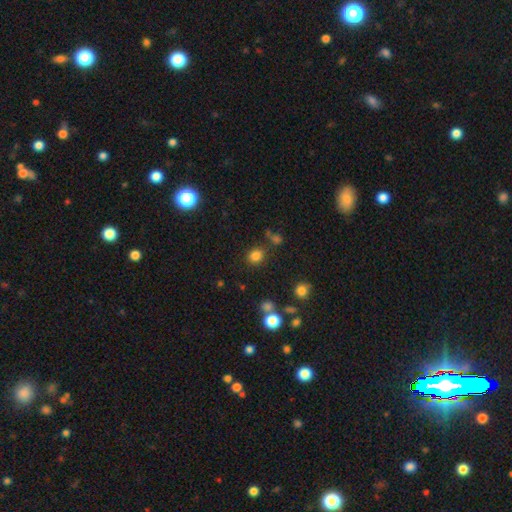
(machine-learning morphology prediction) A smooth galaxy with no disk features (80%) that is round (72%). Merging: none (81%).